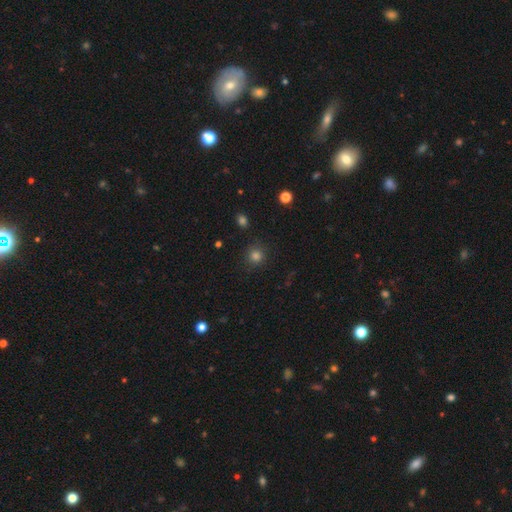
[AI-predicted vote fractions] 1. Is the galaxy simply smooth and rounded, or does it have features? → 81% smooth, 15% star or artifact, 4% featured or disk.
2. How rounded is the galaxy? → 91% round, 8% in between, 1% cigar-shaped.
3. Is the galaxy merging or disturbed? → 87% none, 8% minor disturbance, 3% major disturbance, 2% merger.